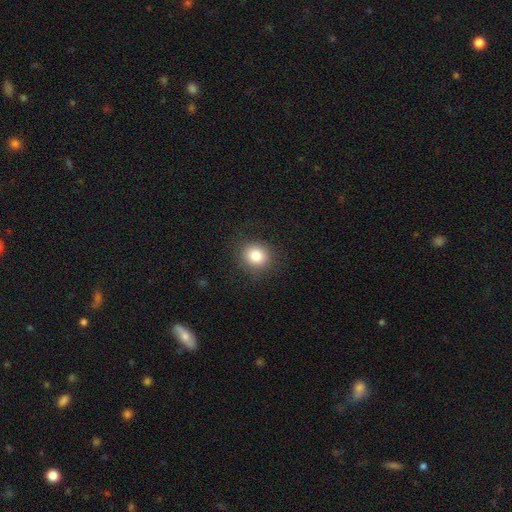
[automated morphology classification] This appears to be a smooth galaxy with no disk features (82%) that is round (83%). Merging: none (88%).